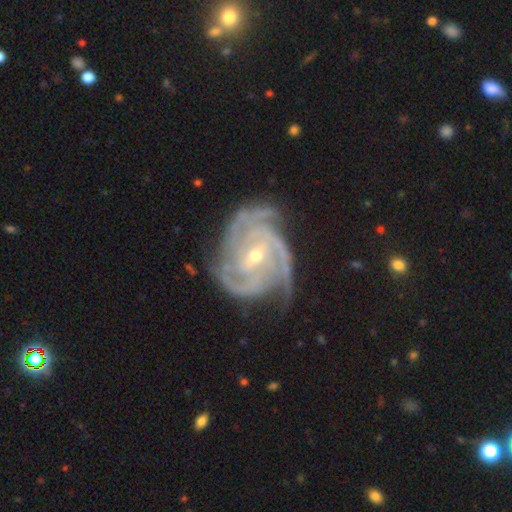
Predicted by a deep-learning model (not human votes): This is clearly a featured or disk galaxy (92%). It is clearly not viewed edge-on (98%). Bar: marginally weak (43%). Spiral arm pattern: clearly yes (98%). Spiral arm count: marginally 3 (37%). Spiral winding: possibly tight (59%). Central bulge: likely small (61%). Merging: likely none (64%).